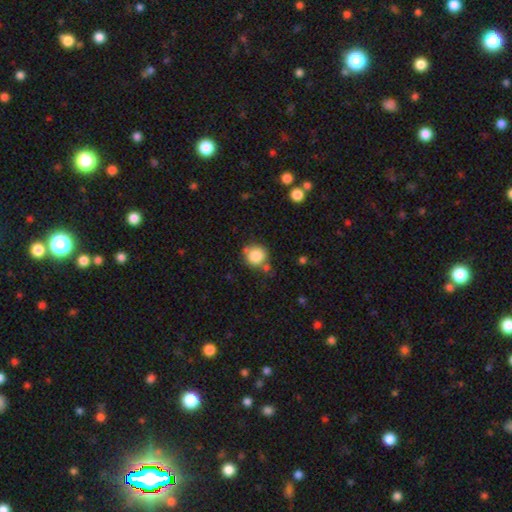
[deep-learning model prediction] The model was most divided on "merging": none: 70%, minor disturbance: 14%, merger: 12%, major disturbance: 4%. More confident: how rounded — round (91%); smooth or featured — smooth (84%).